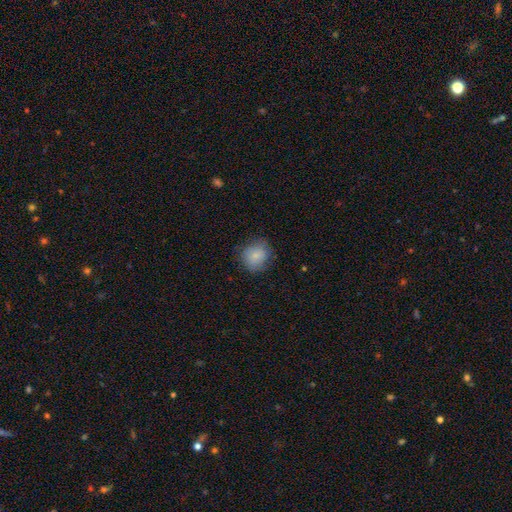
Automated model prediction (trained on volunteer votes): A smooth galaxy with no disk features (82%) that is round (80%).

Vote fractions:
- Smooth or featured? smooth: 82% / featured or disk: 10% / star or artifact: 8%
- How rounded? round: 80% / in between: 19% / cigar-shaped: 1%
- Merging? none: 77% / minor disturbance: 17% / major disturbance: 5% / merger: 1%